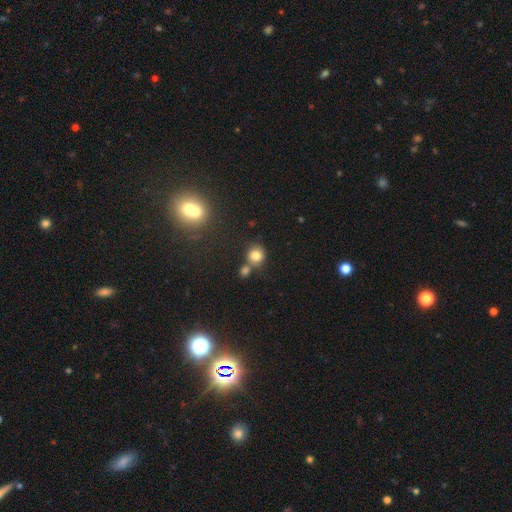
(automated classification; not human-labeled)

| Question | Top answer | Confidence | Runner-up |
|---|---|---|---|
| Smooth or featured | smooth | 80% | star or artifact (12%) |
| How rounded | round | 83% | in between (16%) |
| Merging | none | 55% | merger (29%) |